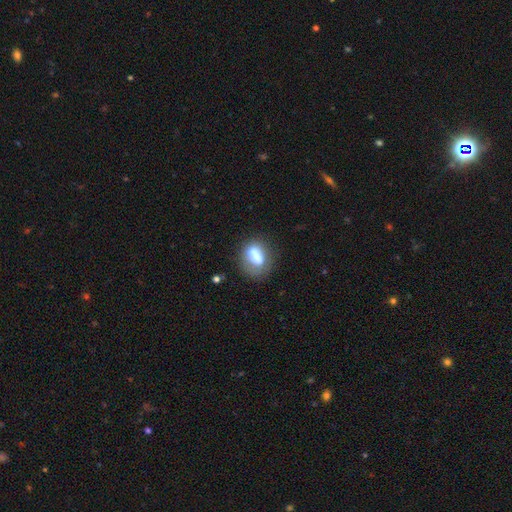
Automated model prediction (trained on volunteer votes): This appears to be a smooth galaxy with no disk features (64%) that is in between round and cigar-shaped (63%). Merging: none (50%).